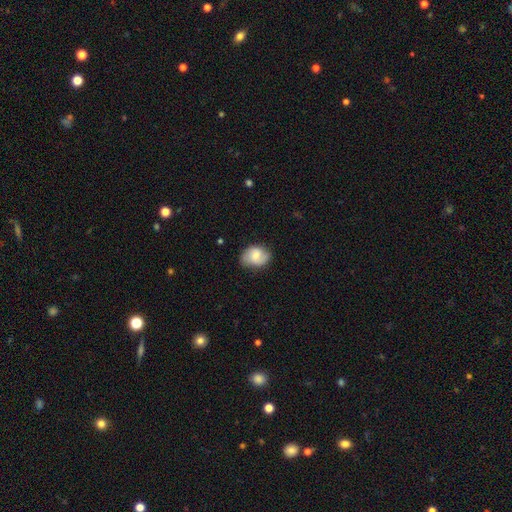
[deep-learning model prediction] The model was most divided on "smooth or featured": smooth: 55%, featured or disk: 37%, star or artifact: 7%. More confident: merging — none (74%); how rounded — in between (61%).